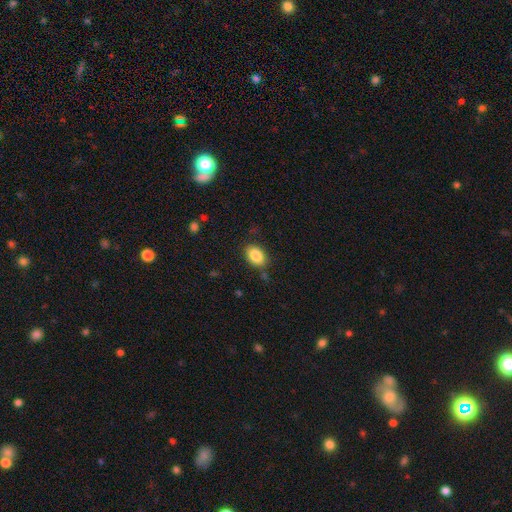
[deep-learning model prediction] Smooth or featured? Predicted: smooth (p=0.86). How rounded? Predicted: in between (p=0.84). Merging? Predicted: none (p=0.78).